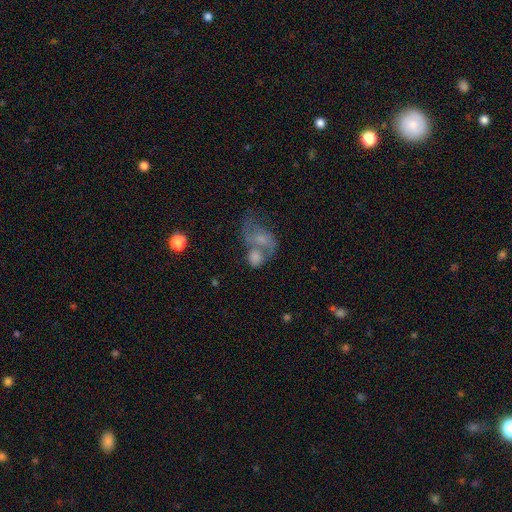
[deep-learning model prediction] smooth_or_featured: featured or disk (p=0.44) [alt: smooth p=0.41]
merging: merger (p=0.47) [alt: none p=0.27]